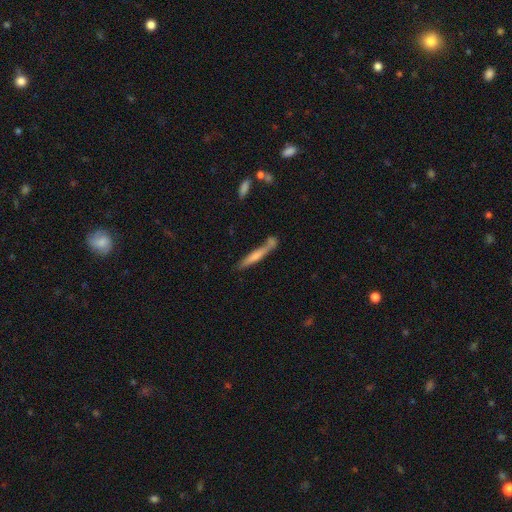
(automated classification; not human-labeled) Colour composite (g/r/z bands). It shows a smooth galaxy with no disk features (59%) that is cigar-shaped (93%). Merging: none (59%).